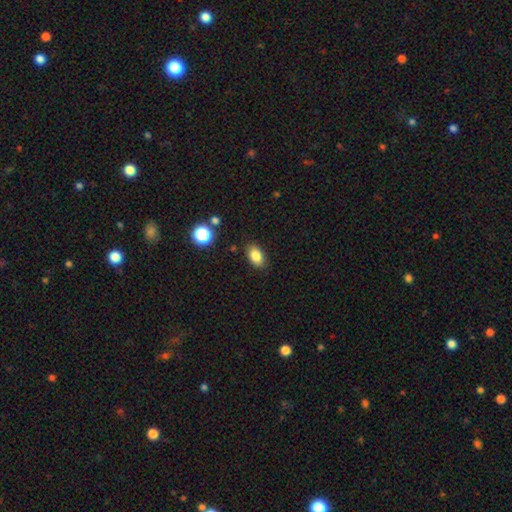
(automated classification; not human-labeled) Smooth or featured: smooth — 83% (star or artifact — 10%)
How rounded: in between — 87% (round — 11%)
Merging: none — 86% (minor disturbance — 10%)